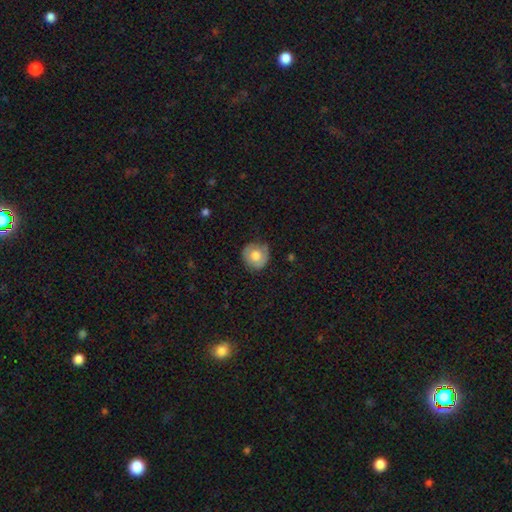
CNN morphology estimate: smooth-or-featured: smooth: 67% | featured or disk: 26% | star or artifact: 8%
  how-rounded: round: 88% | in between: 11% | cigar-shaped: 1%
  merging: none: 76% | minor disturbance: 18% | major disturbance: 5% | merger: 1%